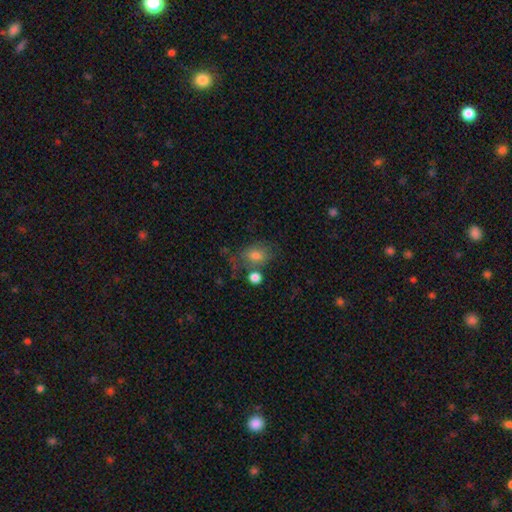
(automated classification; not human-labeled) Morphology: type=smooth (76%); roundness=in between (60%); merging=none (52%).